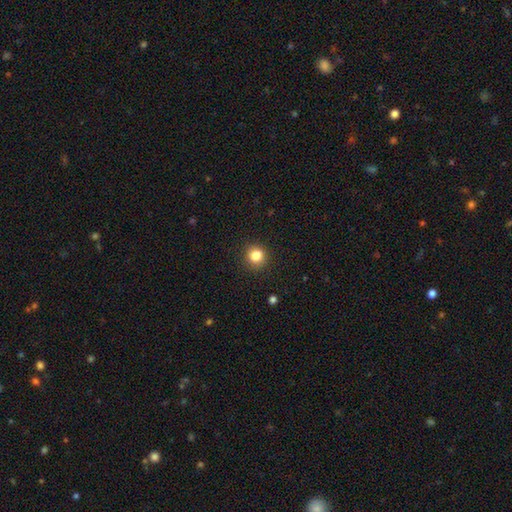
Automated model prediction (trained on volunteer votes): smooth_or_featured: smooth (p=0.84) [alt: star or artifact p=0.11]
how_rounded: round (p=0.88) [alt: in between p=0.11]
merging: none (p=0.89) [alt: minor disturbance p=0.08]